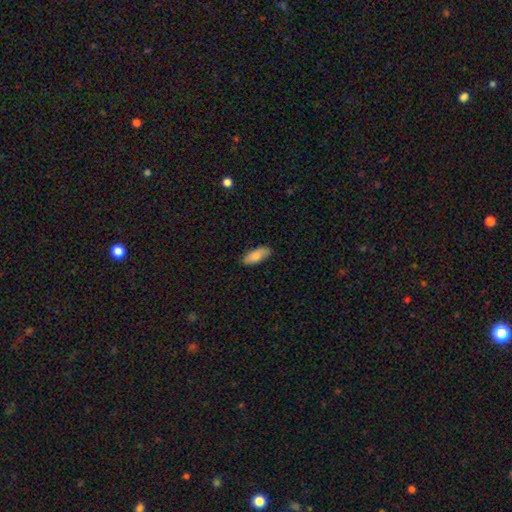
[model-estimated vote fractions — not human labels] Q: Smooth or featured?
A: smooth (85%); runner-up: featured or disk (9%)
Q: How rounded?
A: in between (81%); runner-up: cigar-shaped (17%)
Q: Merging?
A: none (84%); runner-up: minor disturbance (13%)